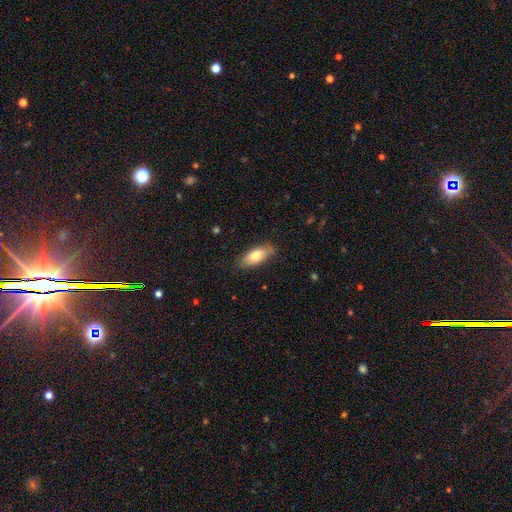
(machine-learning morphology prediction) Overall: smooth (73%). How rounded: in between (80%). Merging: none (80%).